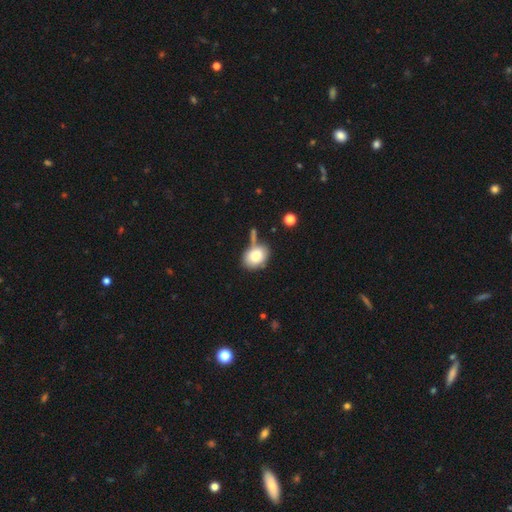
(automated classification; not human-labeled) smooth-or-featured: smooth: 79% | featured or disk: 13% | star or artifact: 8%
  how-rounded: in between: 67% | round: 32% | cigar-shaped: 1%
  merging: none: 50% | minor disturbance: 22% | merger: 19% | major disturbance: 9%